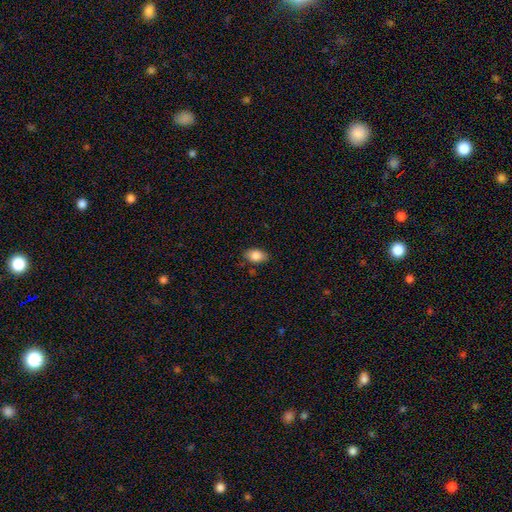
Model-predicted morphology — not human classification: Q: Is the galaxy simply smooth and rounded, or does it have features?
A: smooth — 85%.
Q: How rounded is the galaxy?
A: in between — 87%.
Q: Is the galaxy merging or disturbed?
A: none — 79%.